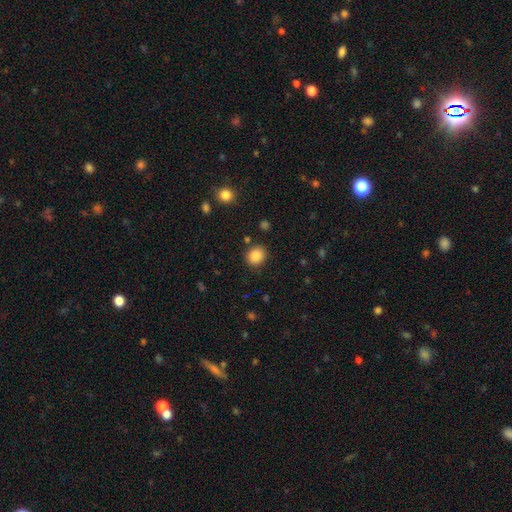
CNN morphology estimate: Q: Smooth or featured?
A: smooth (87%); runner-up: star or artifact (10%)
Q: How rounded?
A: round (75%); runner-up: in between (24%)
Q: Merging?
A: none (86%); runner-up: minor disturbance (8%)